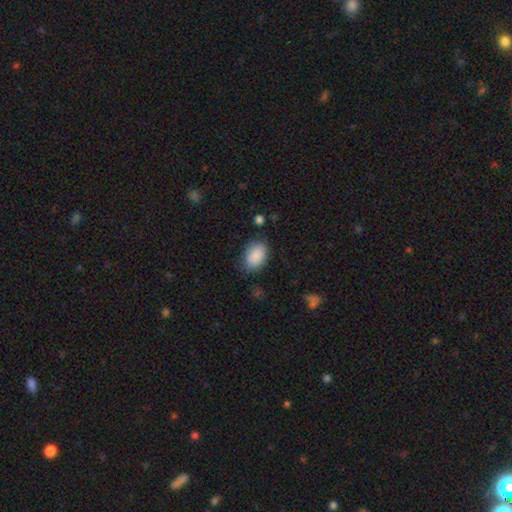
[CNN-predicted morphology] Overall: smooth (89%). How rounded: in between (86%). Merging: none (78%).